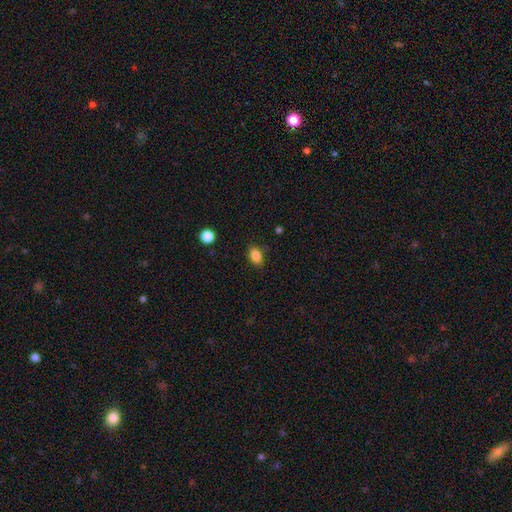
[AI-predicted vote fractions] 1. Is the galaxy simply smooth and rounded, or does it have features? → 86% smooth, 10% star or artifact, 4% featured or disk.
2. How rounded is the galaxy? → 81% in between, 17% round, 2% cigar-shaped.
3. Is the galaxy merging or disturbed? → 84% none, 12% minor disturbance, 3% major disturbance, 2% merger.